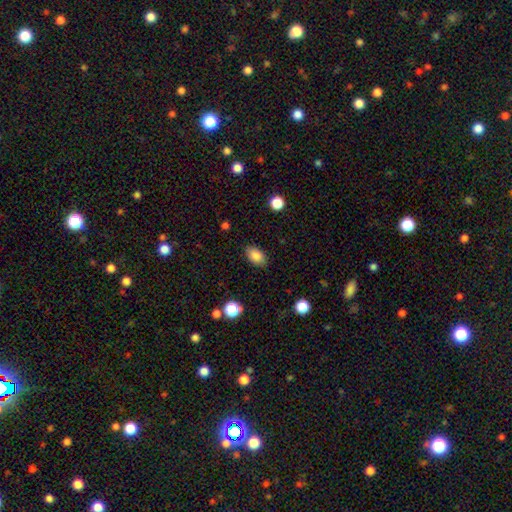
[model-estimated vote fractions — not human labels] Smooth or featured? smooth (85%)
How rounded? in between (88%)
Merging? none (86%)